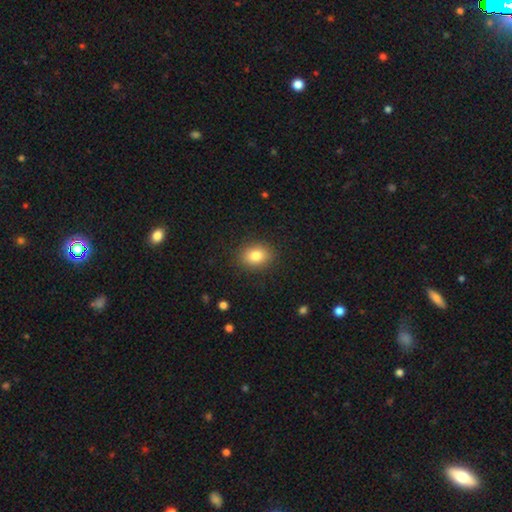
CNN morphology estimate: smooth_or_featured: smooth (p=0.82) [alt: star or artifact p=0.10]
how_rounded: in between (p=0.60) [alt: round p=0.39]
merging: none (p=0.88) [alt: minor disturbance p=0.08]